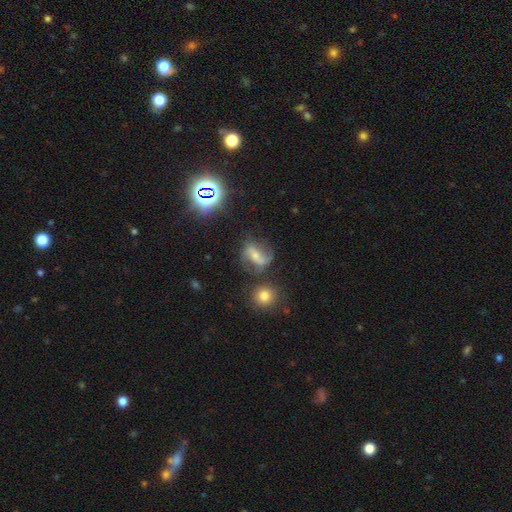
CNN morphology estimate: This is likely a featured or disk galaxy (69%). It is clearly not viewed edge-on (95%). Bar: possibly strong (46%). Spiral arm pattern: clearly yes (90%). Spiral arm count: clearly 2 (85%). Spiral winding: marginally loose (43%). Central bulge: possibly small (50%). Merging: likely none (67%).